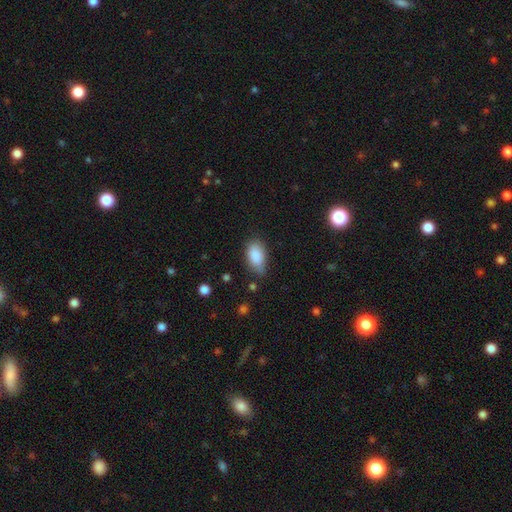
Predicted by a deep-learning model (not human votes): A smooth galaxy with no disk features (86%) that is in between round and cigar-shaped (91%).

Vote fractions:
- Smooth or featured? smooth: 86% / star or artifact: 7% / featured or disk: 6%
- How rounded? in between: 91% / round: 6% / cigar-shaped: 3%
- Merging? none: 60% / minor disturbance: 31% / major disturbance: 6% / merger: 2%